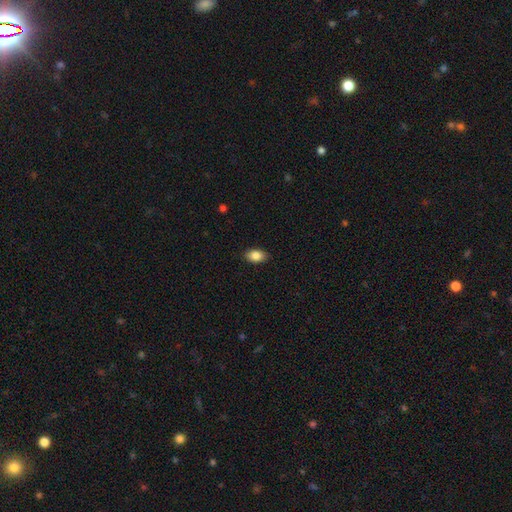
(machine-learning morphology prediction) This is clearly a smooth galaxy (86%). How rounded: clearly in between (89%). Merging: clearly none (88%).